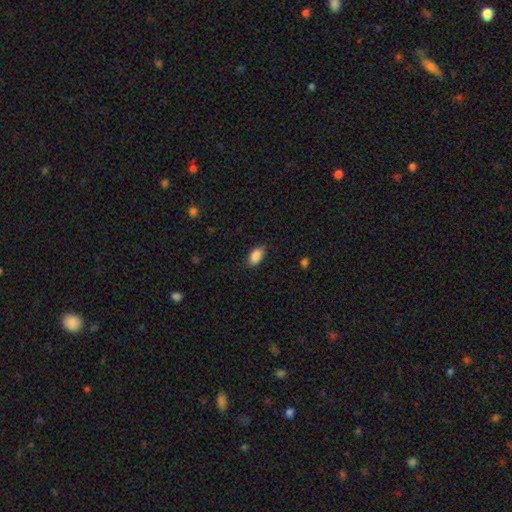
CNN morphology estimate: type=smooth (89%); roundness=in between (92%); merging=none (83%).